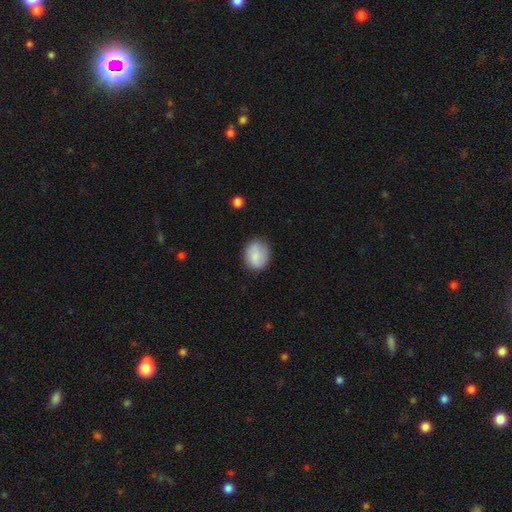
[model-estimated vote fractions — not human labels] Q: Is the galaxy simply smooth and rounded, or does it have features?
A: smooth — 76%.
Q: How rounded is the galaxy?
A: round — 61%.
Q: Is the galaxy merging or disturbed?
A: none — 79%.